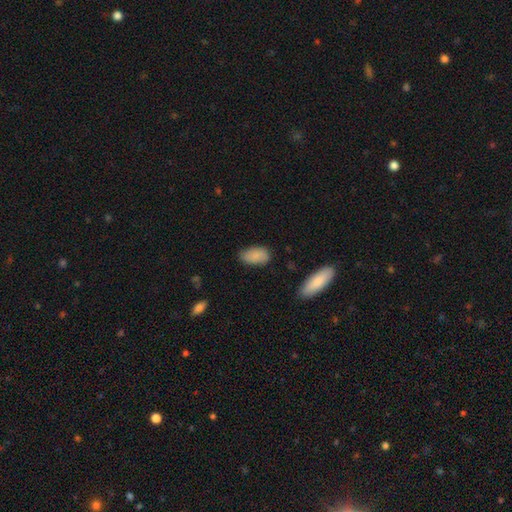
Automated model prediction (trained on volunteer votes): This is clearly a smooth galaxy (84%). How rounded: clearly in between (93%). Merging: likely none (74%).